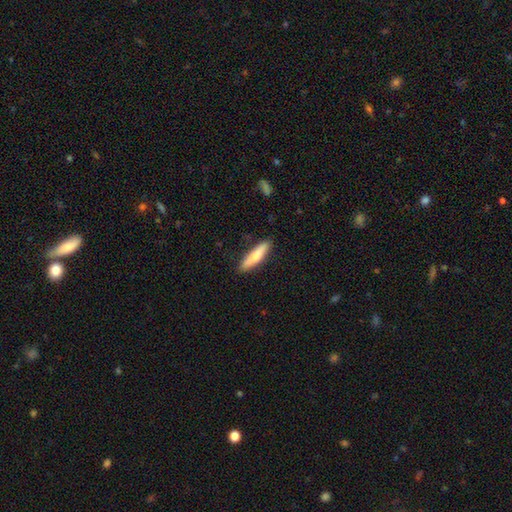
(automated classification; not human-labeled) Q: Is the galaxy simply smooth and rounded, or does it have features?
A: smooth — 73%.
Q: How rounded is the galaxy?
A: cigar-shaped — 81%.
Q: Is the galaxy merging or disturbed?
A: none — 87%.